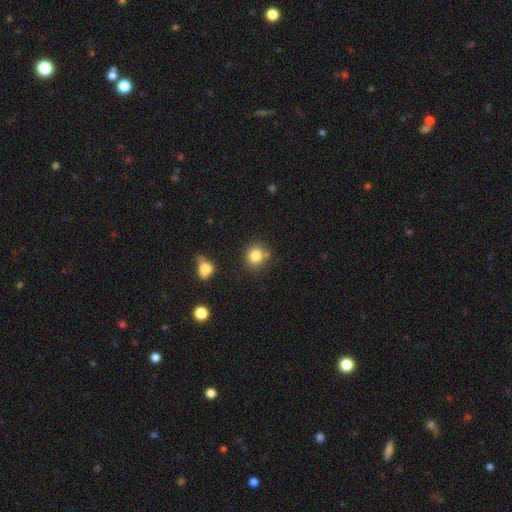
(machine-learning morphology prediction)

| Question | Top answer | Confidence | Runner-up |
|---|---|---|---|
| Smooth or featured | smooth | 83% | star or artifact (10%) |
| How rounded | round | 82% | in between (17%) |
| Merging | none | 72% | minor disturbance (13%) |